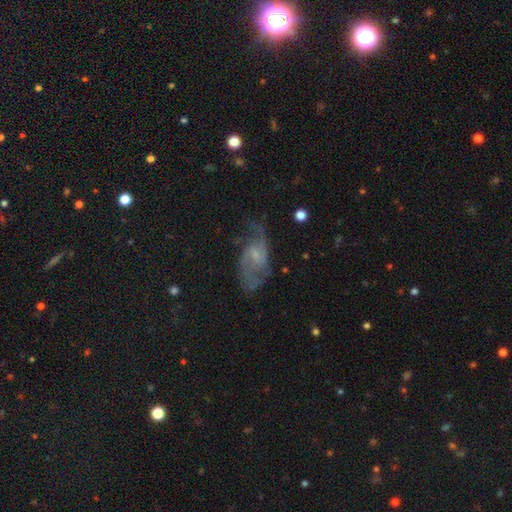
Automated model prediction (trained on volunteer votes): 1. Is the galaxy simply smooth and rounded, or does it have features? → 70% featured or disk, 20% smooth, 10% star or artifact.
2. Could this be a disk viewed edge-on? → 95% no, 5% yes.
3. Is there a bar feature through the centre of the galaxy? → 57% no, 37% weak, 6% strong.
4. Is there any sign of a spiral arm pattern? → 87% yes, 13% no.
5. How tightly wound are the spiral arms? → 44% medium, 38% loose, 18% tight.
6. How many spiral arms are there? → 68% 2, 17% can't tell, 5% 3, 5% 1, 2% 4, 2% more than 4.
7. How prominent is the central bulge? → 54% small, 23% moderate, 18% none, 3% large, 1% dominant.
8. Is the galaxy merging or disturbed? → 57% none, 23% minor disturbance, 18% major disturbance, 2% merger.